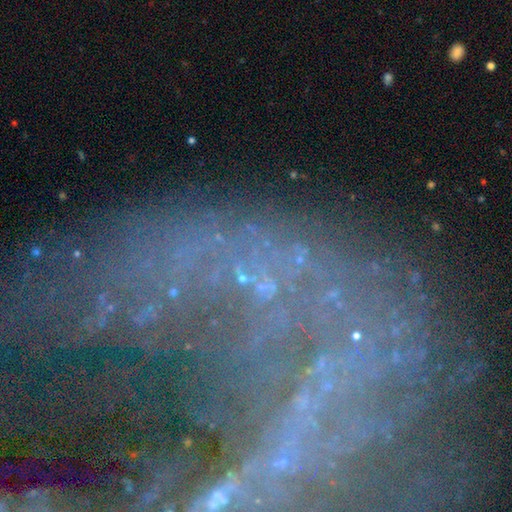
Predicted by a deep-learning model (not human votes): Q: Smooth or featured?
A: star or artifact (43%); runner-up: featured or disk (41%)